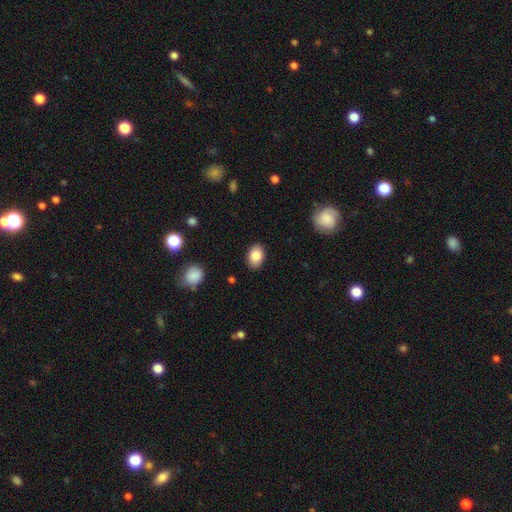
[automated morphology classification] A smooth galaxy with no disk features (85%) that is in between round and cigar-shaped (83%).

Vote fractions:
- Smooth or featured? smooth: 85% / star or artifact: 8% / featured or disk: 7%
- How rounded? in between: 83% / round: 16% / cigar-shaped: 1%
- Merging? none: 88% / minor disturbance: 9% / major disturbance: 2% / merger: 1%